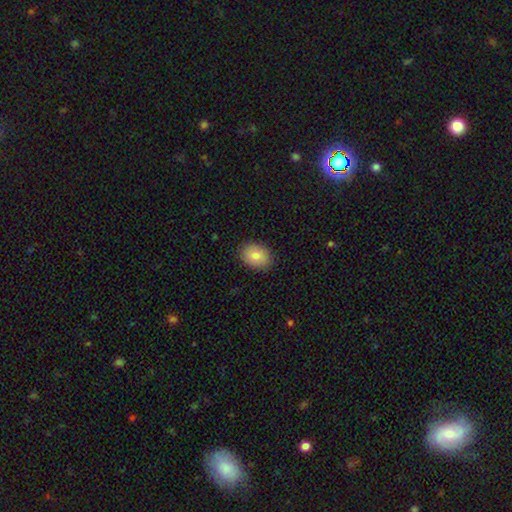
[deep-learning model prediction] smooth 82%, featured or disk 10%, star or artifact 8%. Down the decision tree: how rounded — in between (66%); merging — none (88%).